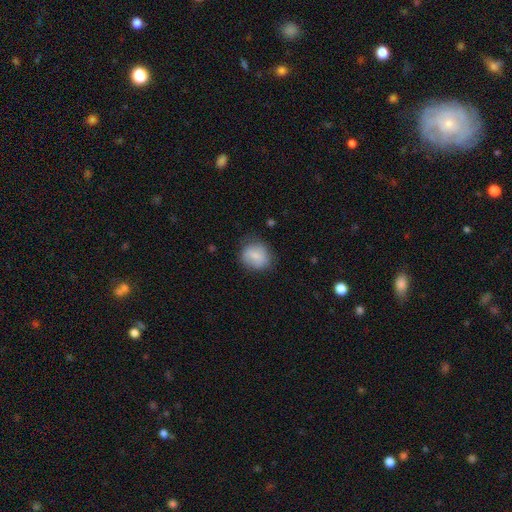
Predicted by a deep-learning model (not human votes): smooth_or_featured: smooth (p=0.77) [alt: featured or disk p=0.15]
how_rounded: round (p=0.74) [alt: in between p=0.25]
merging: none (p=0.71) [alt: minor disturbance p=0.21]